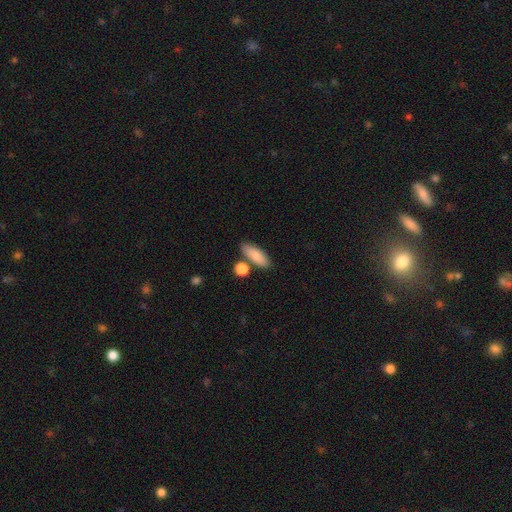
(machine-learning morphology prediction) Smooth or featured? smooth (85%)
How rounded? in between (67%)
Merging? none (74%)